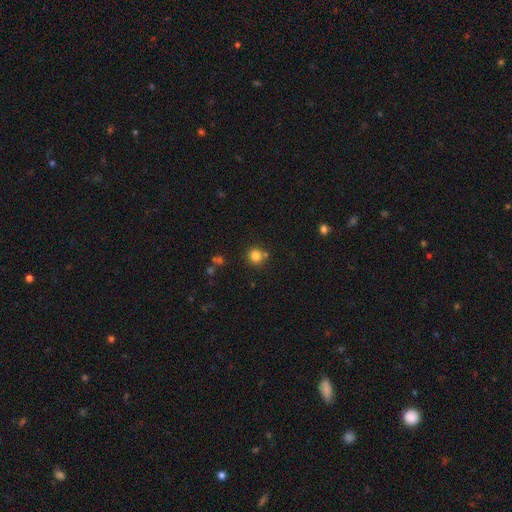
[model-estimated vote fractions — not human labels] Q: Smooth or featured?
A: smooth (81%); runner-up: star or artifact (13%)
Q: How rounded?
A: round (90%); runner-up: in between (9%)
Q: Merging?
A: none (75%); runner-up: merger (13%)